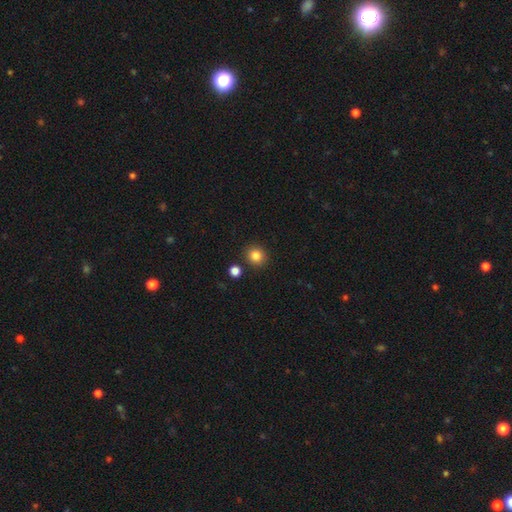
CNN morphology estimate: smooth 85%, star or artifact 11%, featured or disk 5%. Down the decision tree: how rounded — round (88%); merging — none (86%).